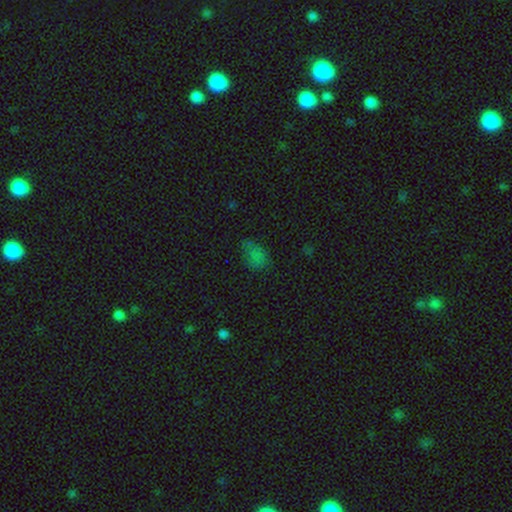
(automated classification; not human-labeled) Overall: smooth (63%; star or artifact 29%). How rounded: in between (75%). Merging: none (50%; minor disturbance 29%).